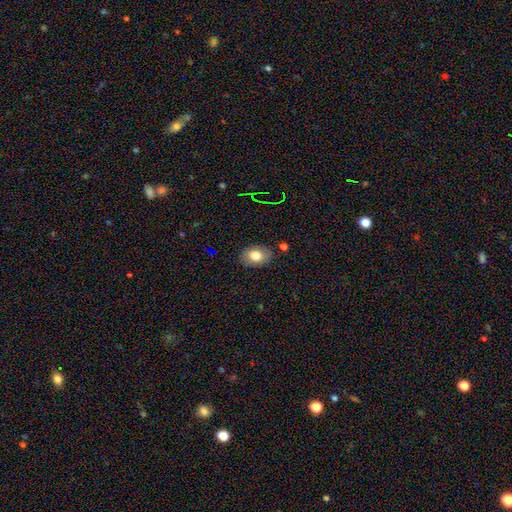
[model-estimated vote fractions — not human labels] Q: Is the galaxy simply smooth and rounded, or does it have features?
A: smooth — 78%.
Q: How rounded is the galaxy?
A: in between — 84%.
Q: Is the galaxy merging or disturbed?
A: none — 83%.